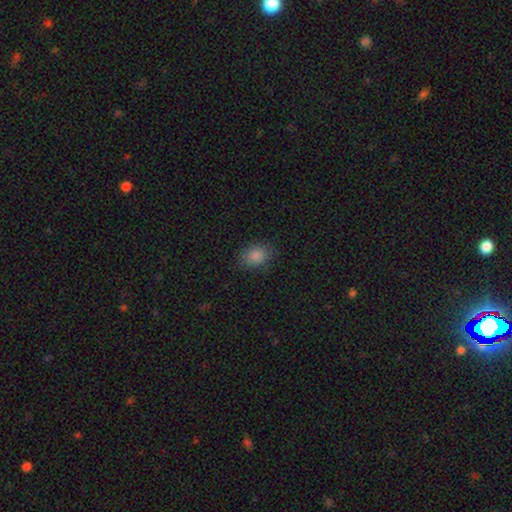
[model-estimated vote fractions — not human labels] This appears to be a smooth galaxy with no disk features (83%) that is in between round and cigar-shaped (60%). Merging: none (83%).